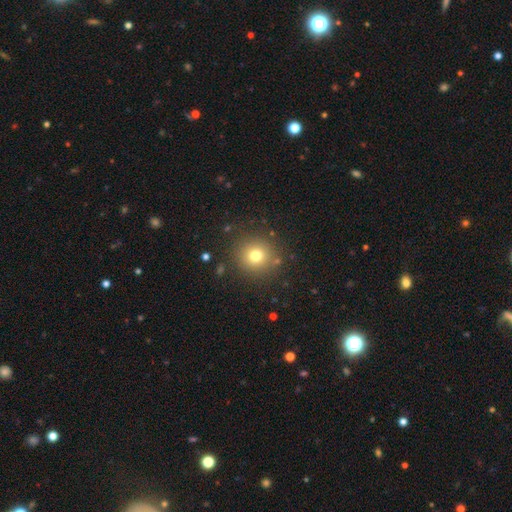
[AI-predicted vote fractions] Smooth or featured? smooth (75%)
How rounded? round (93%)
Merging? none (87%)